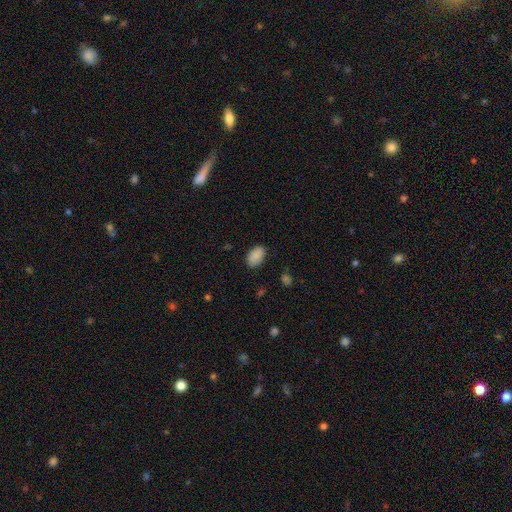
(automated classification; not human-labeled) Overall: smooth (87%). How rounded: in between (92%). Merging: none (83%).